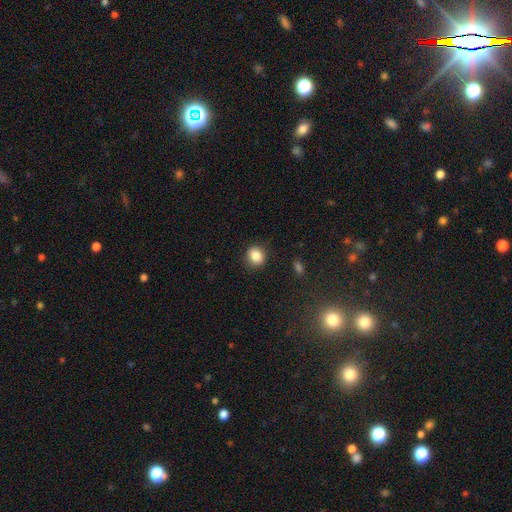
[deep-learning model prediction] This is clearly a smooth galaxy (85%). How rounded: likely round (78%). Merging: clearly none (87%).